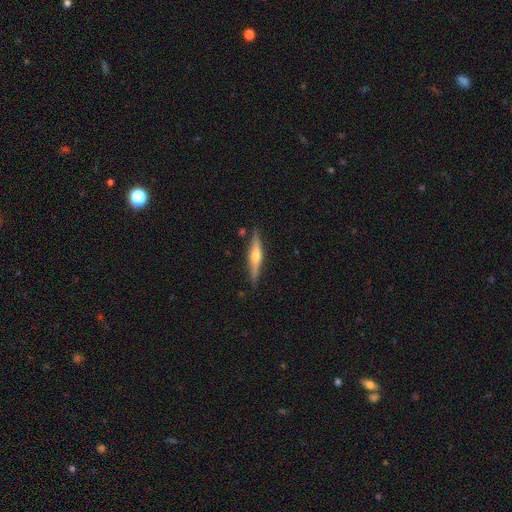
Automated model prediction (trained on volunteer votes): A featured or disk galaxy (66%) viewed edge-on (97%) with a rounded central bulge (85%). Merging: none (86%).